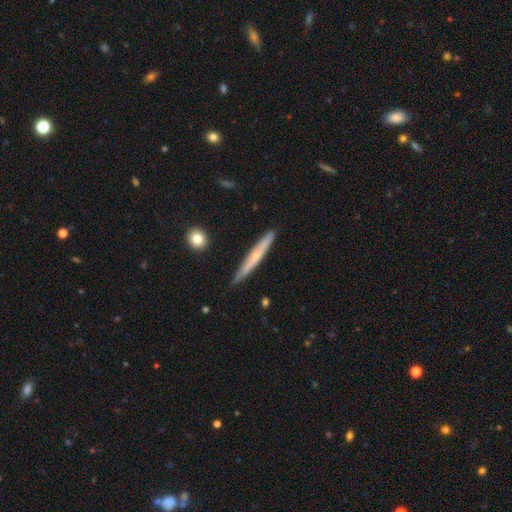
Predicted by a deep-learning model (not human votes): Q: Smooth or featured?
A: featured or disk (58%); runner-up: smooth (36%)
Q: Edge-on disk?
A: yes (93%); runner-up: no (7%)
Q: Edge-on bulge?
A: rounded (59%); runner-up: none (39%)
Q: Merging?
A: none (86%); runner-up: minor disturbance (11%)